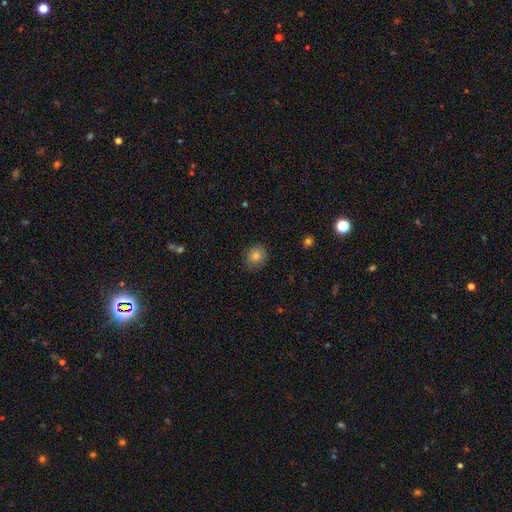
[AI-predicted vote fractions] This appears to be a smooth galaxy with no disk features (79%) that is round (81%). Merging: none (85%).